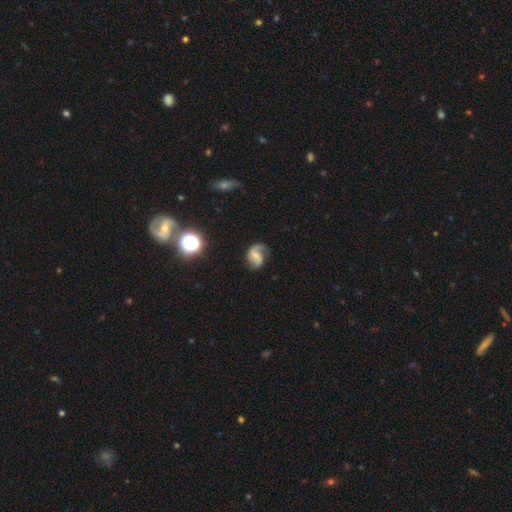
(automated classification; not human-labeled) The model was most divided on "spiral winding": medium: 44%, loose: 43%, tight: 13%. Remaining: edge-on disk — no (98%); spiral arms — yes (96%); spiral arm count — 2 (86%); smooth or featured — featured or disk (82%); merging — none (70%); bulge size — small (49%); bar — weak (47%).